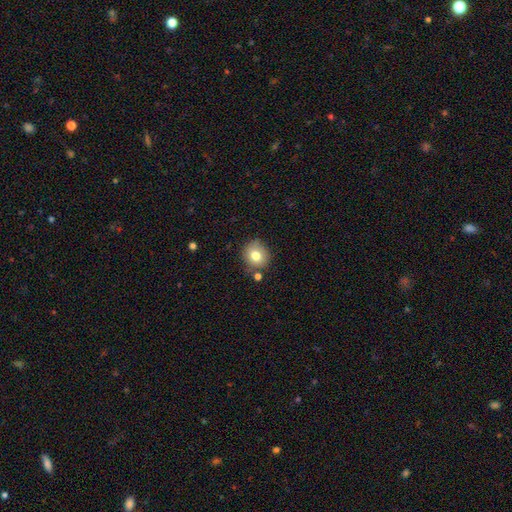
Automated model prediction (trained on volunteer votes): Smooth or featured? Predicted: smooth (p=0.78). How rounded? Predicted: round (p=0.78). Merging? Predicted: none (p=0.76).